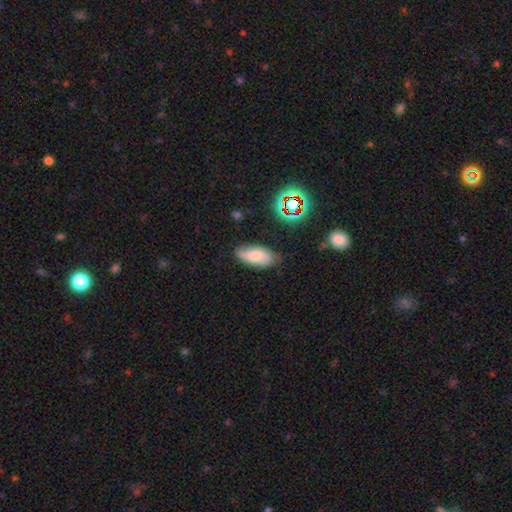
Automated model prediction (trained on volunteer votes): A smooth galaxy with no disk features (68%) that is in between round and cigar-shaped (89%). Merging: none (68%).